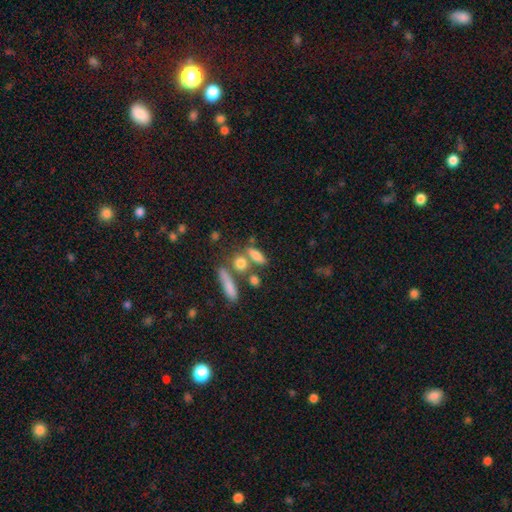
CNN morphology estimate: A smooth galaxy with no disk features (76%) that is in between round and cigar-shaped (49%).

Vote fractions:
- Smooth or featured? smooth: 76% / featured or disk: 13% / star or artifact: 10%
- How rounded? in between: 49% / cigar-shaped: 39% / round: 12%
- Merging? none: 53% / merger: 27% / minor disturbance: 13% / major disturbance: 7%